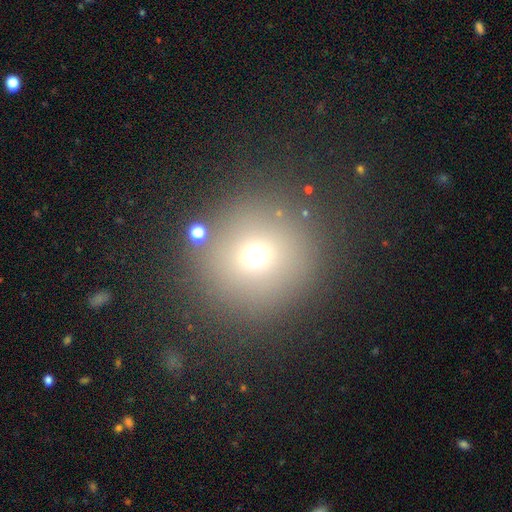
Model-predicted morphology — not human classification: The model was most divided on "smooth or featured": smooth: 67%, star or artifact: 22%, featured or disk: 11%. More confident: how rounded — round (94%); merging — none (86%).